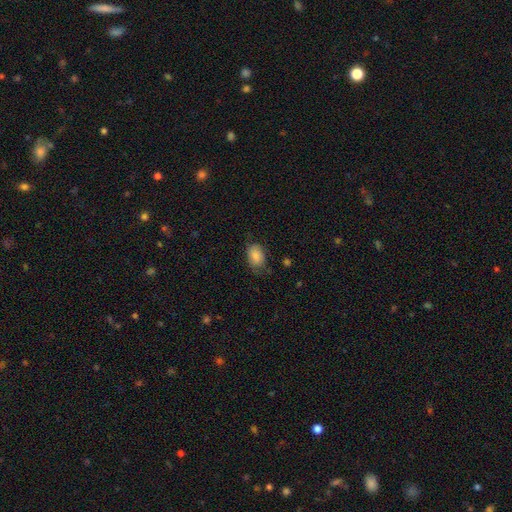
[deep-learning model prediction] A smooth galaxy with no disk features (84%) that is in between round and cigar-shaped (81%).

Vote fractions:
- Smooth or featured? smooth: 84% / featured or disk: 9% / star or artifact: 7%
- How rounded? in between: 81% / round: 18% / cigar-shaped: 1%
- Merging? none: 65% / minor disturbance: 26% / major disturbance: 7% / merger: 1%